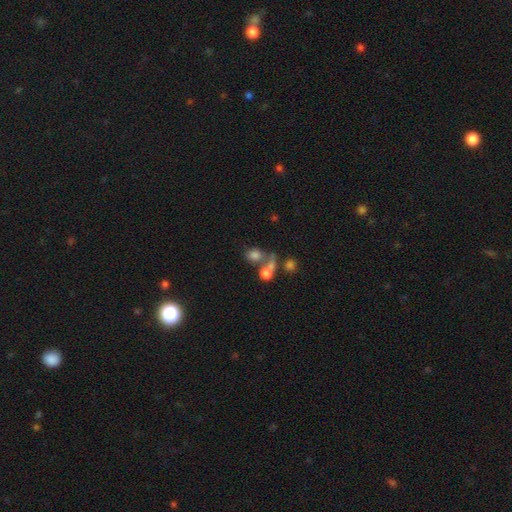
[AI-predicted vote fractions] This is likely a smooth galaxy (61%). How rounded: likely round (69%). Merging: marginally merger (41%).